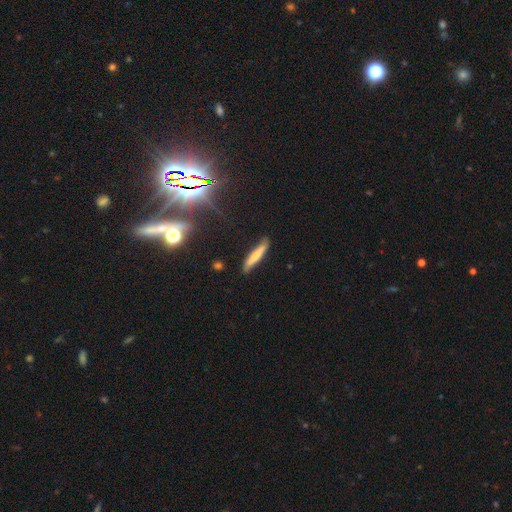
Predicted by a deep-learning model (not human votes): This is likely a smooth galaxy (69%). How rounded: clearly cigar-shaped (90%). Merging: clearly none (81%).